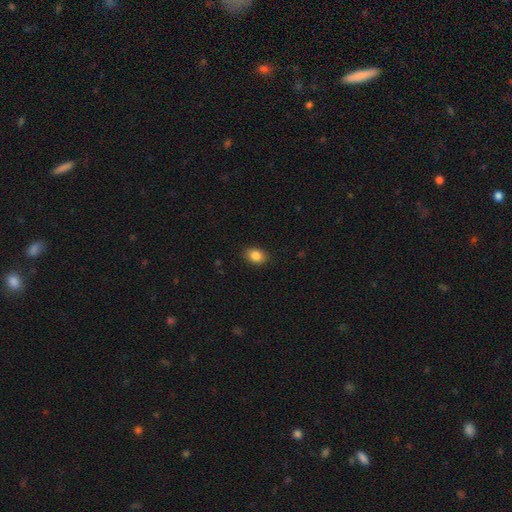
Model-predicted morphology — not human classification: Overall: smooth (86%). How rounded: in between (71%). Merging: none (88%).